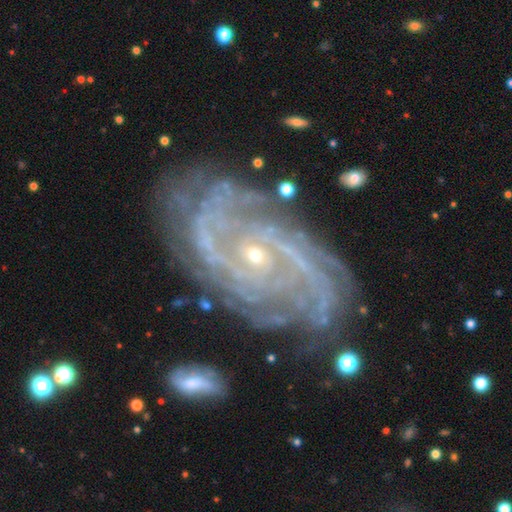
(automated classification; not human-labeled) The model was most divided on "spiral arm count": 2: 21%, can't tell: 20%, 4: 18%, 3: 17%, more than 4: 15%, 1: 8%. More confident: spiral arms — yes (98%); edge-on disk — no (97%); smooth or featured — featured or disk (91%); bulge size — small (84%); merging — none (67%); bar — no (64%); spiral winding — tight (64%).